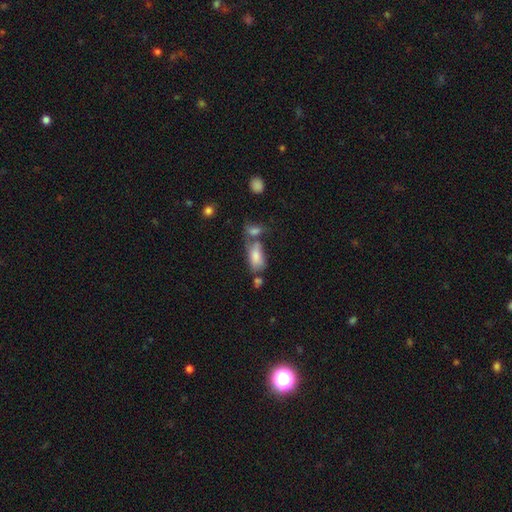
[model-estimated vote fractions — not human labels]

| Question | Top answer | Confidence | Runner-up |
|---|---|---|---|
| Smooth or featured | smooth | 75% | featured or disk (15%) |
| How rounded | in between | 88% | cigar-shaped (8%) |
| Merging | merger | 37% | none (36%) |